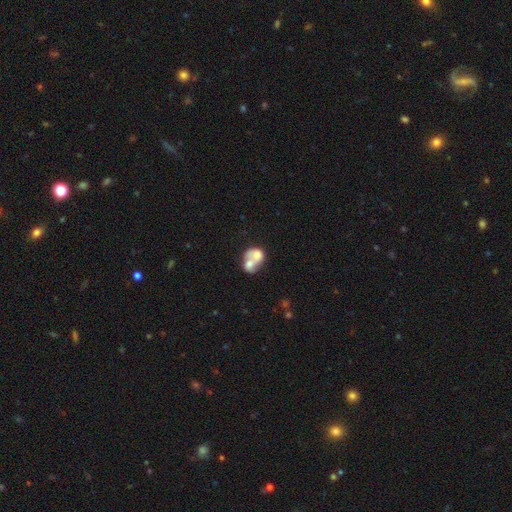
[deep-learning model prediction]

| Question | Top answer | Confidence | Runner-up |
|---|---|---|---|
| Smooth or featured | smooth | 61% | featured or disk (31%) |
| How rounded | in between | 53% | round (46%) |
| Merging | merger | 76% | none (13%) |